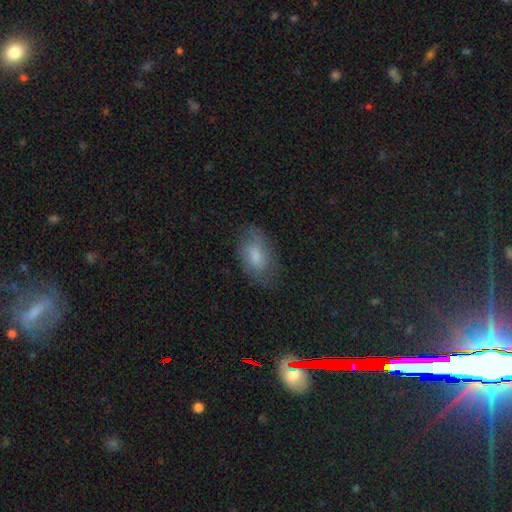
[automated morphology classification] Q: Smooth or featured?
A: smooth (65%); runner-up: featured or disk (27%)
Q: How rounded?
A: in between (90%); runner-up: round (7%)
Q: Merging?
A: none (66%); runner-up: minor disturbance (23%)